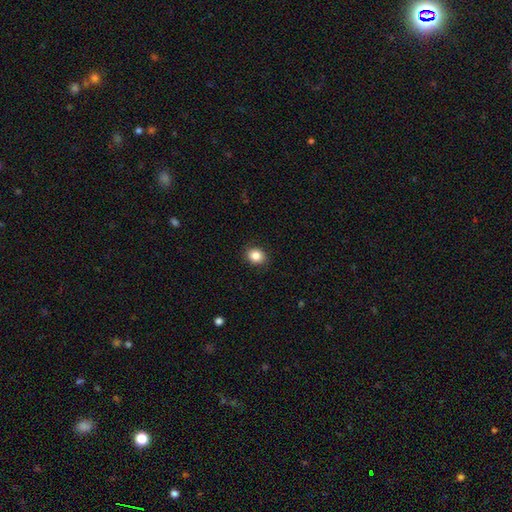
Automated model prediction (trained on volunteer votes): This appears to be a smooth galaxy with no disk features (85%) that is round (63%). Merging: none (89%).